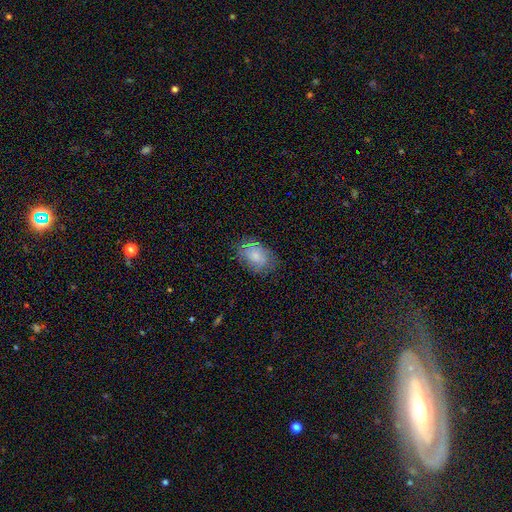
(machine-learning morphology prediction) A smooth galaxy with no disk features (69%) that is in between round and cigar-shaped (82%). Merging: none (72%).